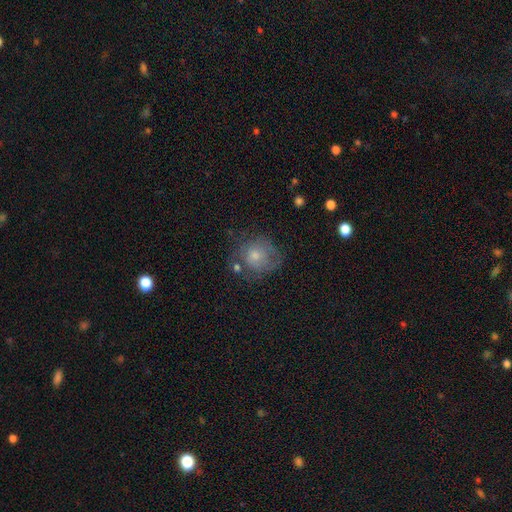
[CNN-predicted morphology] smooth-or-featured: smooth: 57% | featured or disk: 35% | star or artifact: 9%
  how-rounded: round: 80% | in between: 19% | cigar-shaped: 1%
  merging: none: 51% | minor disturbance: 25% | major disturbance: 17% | merger: 7%